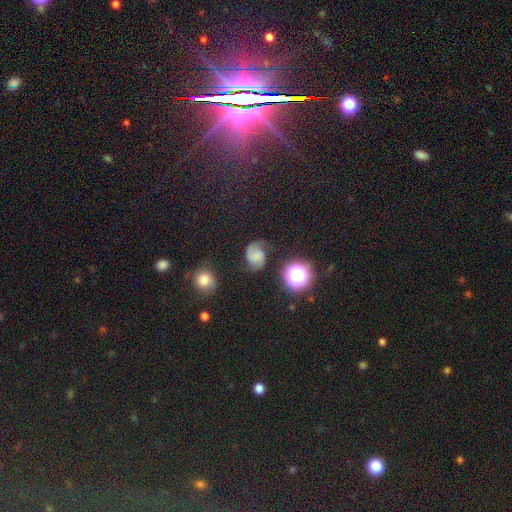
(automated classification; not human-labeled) Smooth or featured: featured or disk — 54% (smooth — 30%)
Edge-on disk: no — 98% (yes — 2%)
Bar: no — 57% (weak — 34%)
Spiral arms: yes — 92% (no — 8%)
Bulge size: none — 41% (small — 23%)
Merging: none — 61% (minor disturbance — 23%)